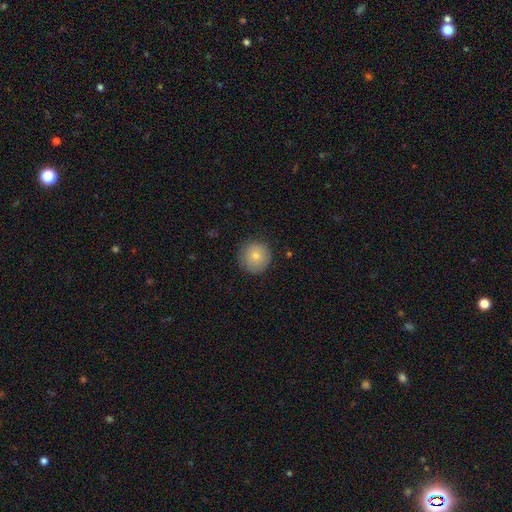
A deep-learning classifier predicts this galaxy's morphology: Overall: smooth (80%). How rounded: round (95%). Merging: none (87%).